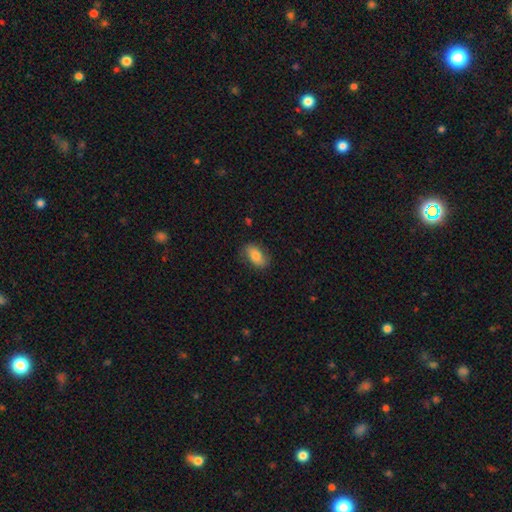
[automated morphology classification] This is likely a smooth galaxy (74%). How rounded: clearly in between (89%). Merging: likely none (79%).